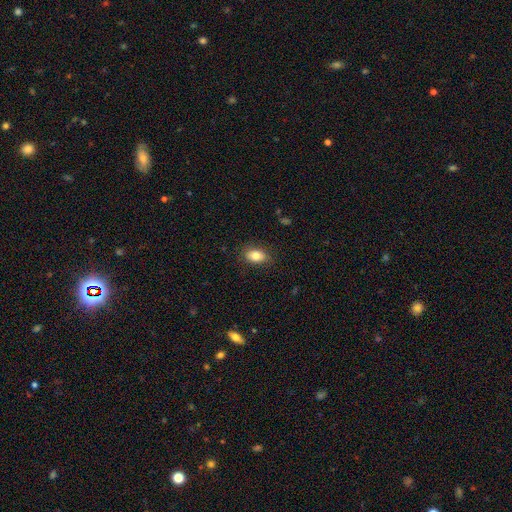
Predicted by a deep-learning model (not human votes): A smooth galaxy with no disk features (82%) that is in between round and cigar-shaped (86%). Merging: none (84%).